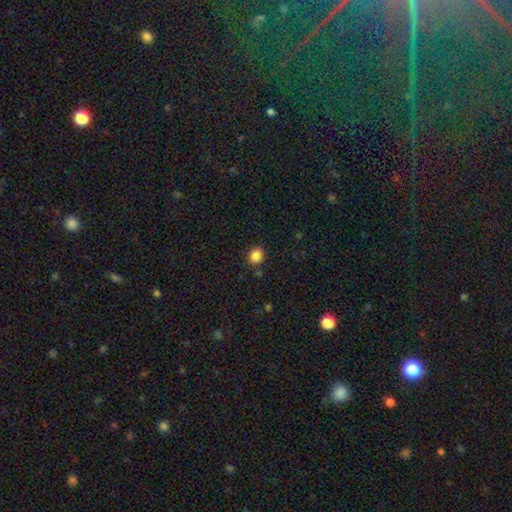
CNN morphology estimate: A smooth galaxy with no disk features (86%) that is round (59%).

Vote fractions:
- Smooth or featured? smooth: 86% / star or artifact: 10% / featured or disk: 3%
- How rounded? round: 59% / in between: 40% / cigar-shaped: 1%
- Merging? none: 84% / minor disturbance: 10% / major disturbance: 3% / merger: 3%